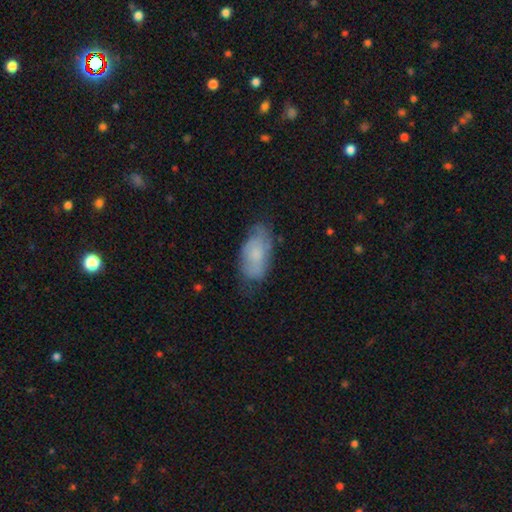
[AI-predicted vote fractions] Overall: smooth (62%; featured or disk 31%). How rounded: in between (91%). Merging: none (58%; minor disturbance 30%).